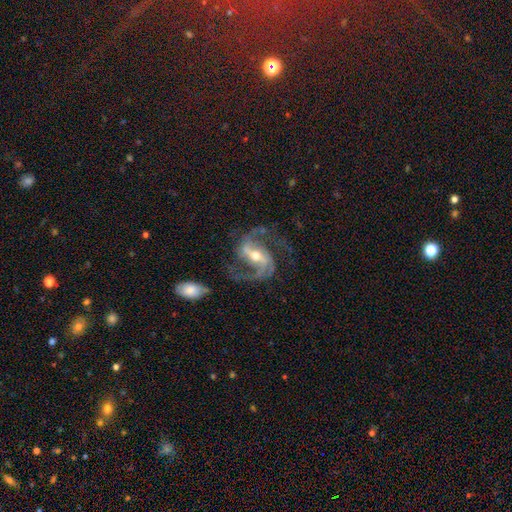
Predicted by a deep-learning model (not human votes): This appears to be a featured or disk galaxy (92%) with a strong bar (51%), 2 (89%) medium (55%) spiral arms (98%) and a moderate central bulge (57%). Merging: none (70%).